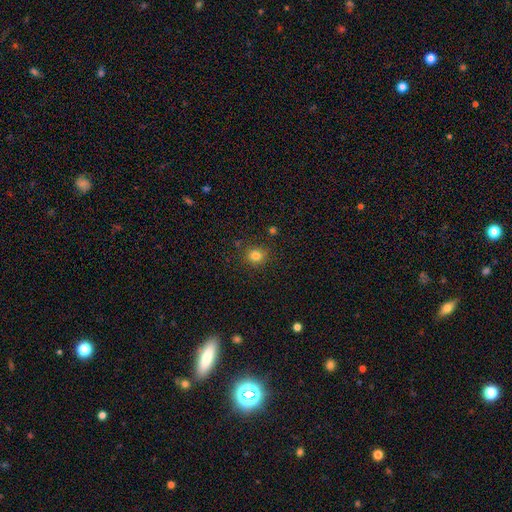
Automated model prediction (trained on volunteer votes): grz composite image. It shows a smooth galaxy with no disk features (82%) that is round (86%). Merging: none (86%).